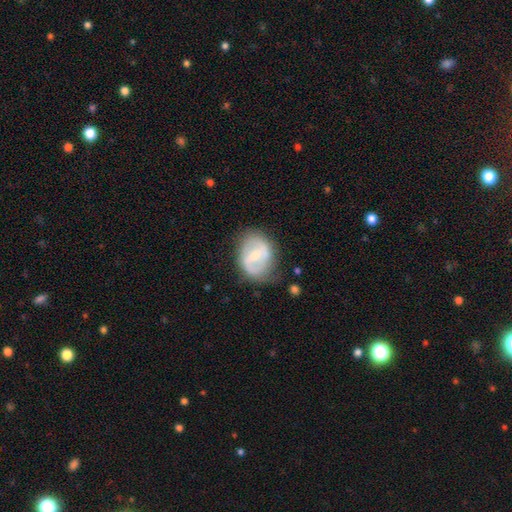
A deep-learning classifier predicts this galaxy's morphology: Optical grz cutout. It shows a featured or disk galaxy (65%) with a weak bar (49%), spiral arms (70%) and a moderate central bulge (46%). Merging: none (67%).